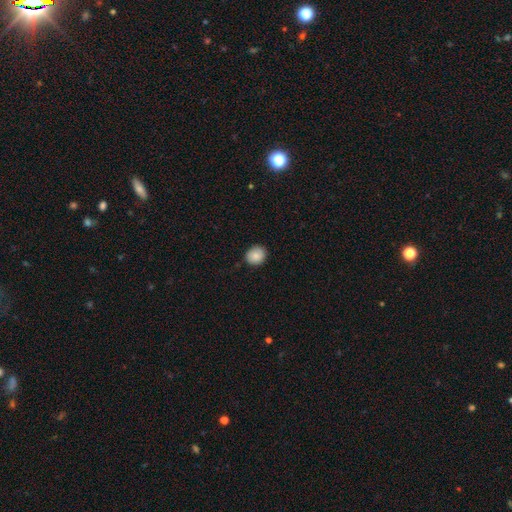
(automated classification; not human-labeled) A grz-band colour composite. It shows a smooth galaxy with no disk features (87%) that is round (70%). Merging: none (85%).